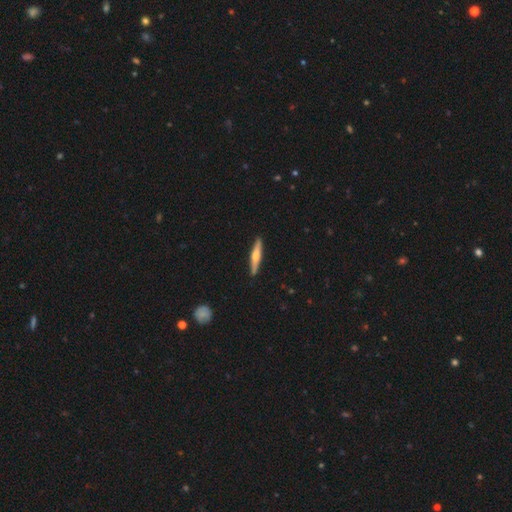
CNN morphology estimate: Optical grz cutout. It shows a featured or disk galaxy (53%) viewed edge-on (96%) with a rounded central bulge (83%). Merging: none (90%).